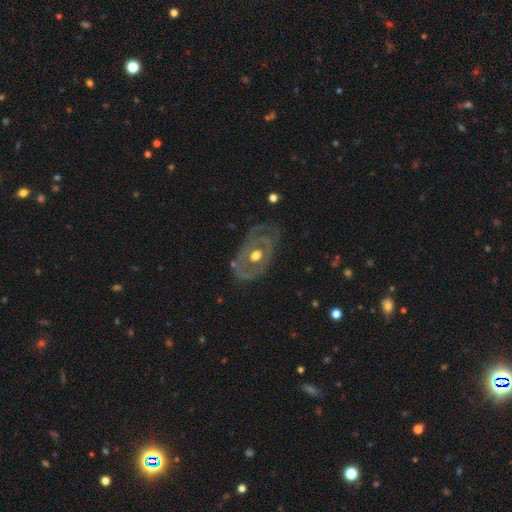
Q: Smooth or featured?
A: featured or disk (67%); runner-up: smooth (26%)
Q: Edge-on disk?
A: no (96%); runner-up: yes (4%)
Q: Bar?
A: no (84%); runner-up: weak (16%)
Q: Spiral arms?
A: no (72%); runner-up: yes (28%)
Q: Bulge size?
A: moderate (88%); runner-up: large (4%)
Q: Merging?
A: major disturbance (36%); runner-up: none (31%)